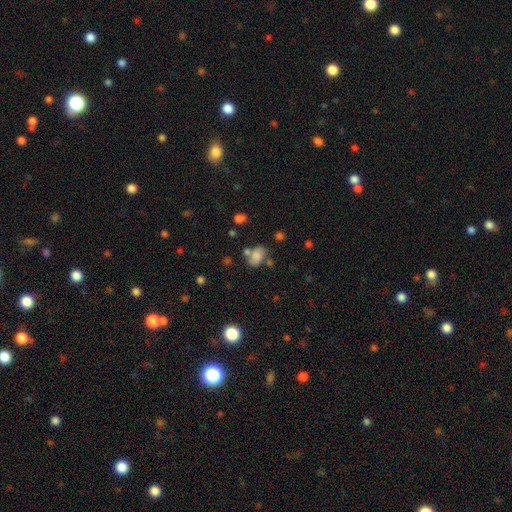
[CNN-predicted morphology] Q: Smooth or featured?
A: smooth (68%); runner-up: featured or disk (20%)
Q: How rounded?
A: in between (76%); runner-up: round (22%)
Q: Merging?
A: none (46%); runner-up: merger (23%)